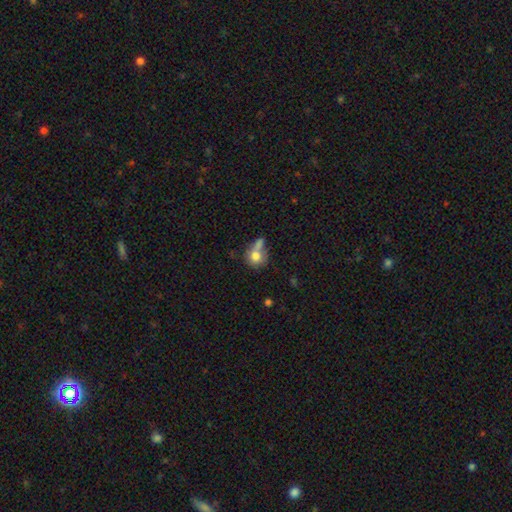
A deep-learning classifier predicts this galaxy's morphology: type=smooth (77%); roundness=round (76%); merging=merger (39%).